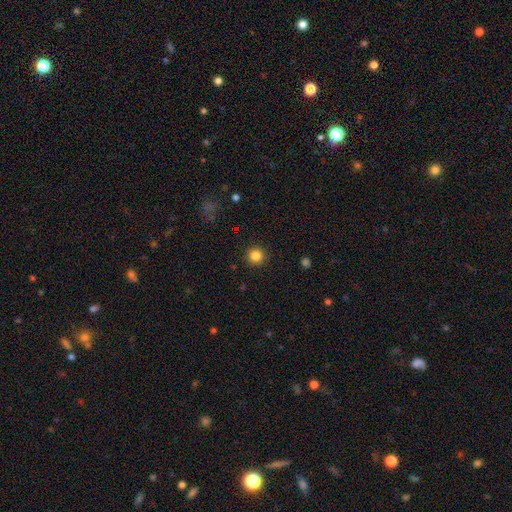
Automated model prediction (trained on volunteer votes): A smooth galaxy with no disk features (84%) that is round (95%).

Vote fractions:
- Smooth or featured? smooth: 84% / star or artifact: 12% / featured or disk: 5%
- How rounded? round: 95% / in between: 4% / cigar-shaped: 1%
- Merging? none: 92% / minor disturbance: 5% / major disturbance: 2% / merger: 1%